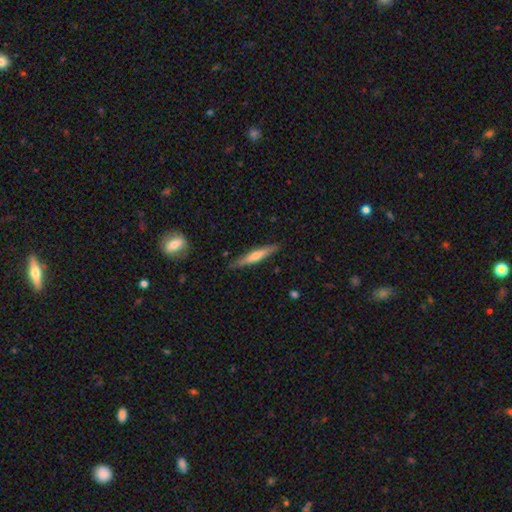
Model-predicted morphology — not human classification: Q: Smooth or featured?
A: smooth (48%); runner-up: featured or disk (47%)
Q: Merging?
A: none (86%); runner-up: minor disturbance (11%)